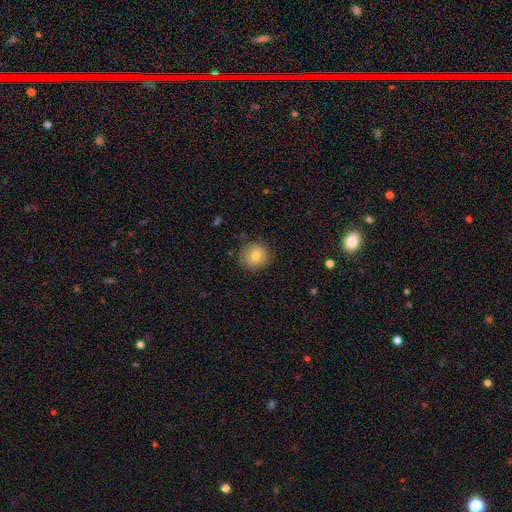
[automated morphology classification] Smooth or featured?
  - smooth: 77% *
  - featured or disk: 13%
  - star or artifact: 10%
How rounded?
  - round: 90% *
  - in between: 9%
  - cigar-shaped: 1%
Merging?
  - none: 86% *
  - minor disturbance: 10%
  - major disturbance: 2%
  - merger: 1%